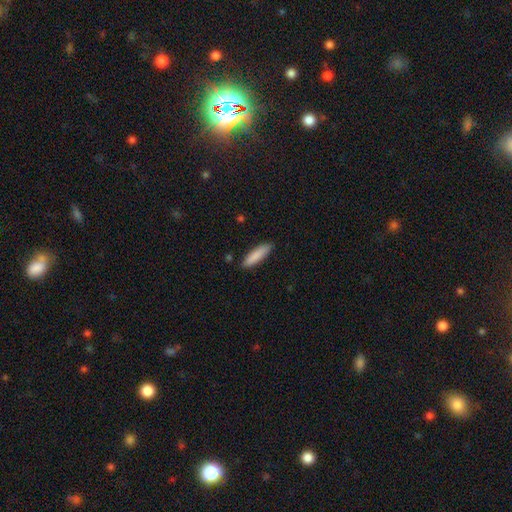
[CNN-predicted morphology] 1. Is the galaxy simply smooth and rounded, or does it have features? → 86% smooth, 8% featured or disk, 6% star or artifact.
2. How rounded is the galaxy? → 67% cigar-shaped, 31% in between, 1% round.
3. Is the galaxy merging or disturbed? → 86% none, 10% minor disturbance, 2% major disturbance, 1% merger.